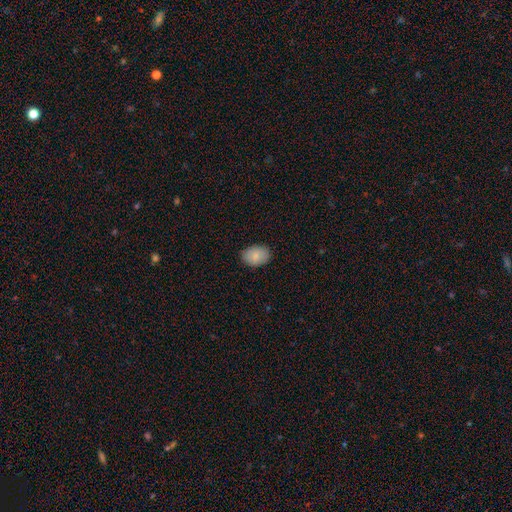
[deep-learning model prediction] Smooth or featured? Predicted: smooth (p=0.86). How rounded? Predicted: in between (p=0.80). Merging? Predicted: none (p=0.87).